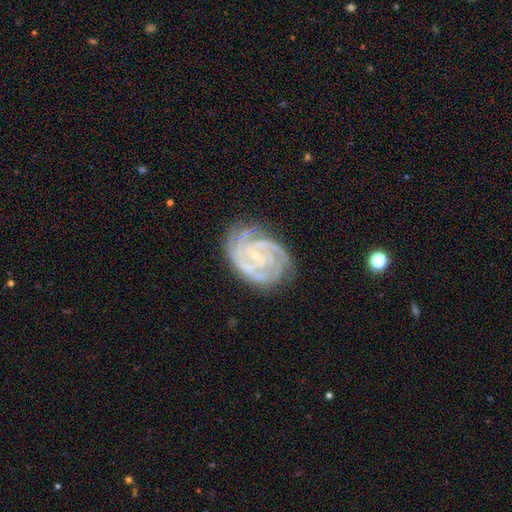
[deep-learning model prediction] Q: Smooth or featured?
A: featured or disk (89%); runner-up: star or artifact (6%)
Q: Edge-on disk?
A: no (98%); runner-up: yes (2%)
Q: Bar?
A: no (55%); runner-up: weak (32%)
Q: Spiral arms?
A: yes (98%); runner-up: no (2%)
Q: Spiral winding?
A: tight (76%); runner-up: medium (21%)
Q: Spiral arm count?
A: 3 (33%); runner-up: 4 (21%)
Q: Bulge size?
A: small (80%); runner-up: moderate (14%)
Q: Merging?
A: none (73%); runner-up: minor disturbance (19%)